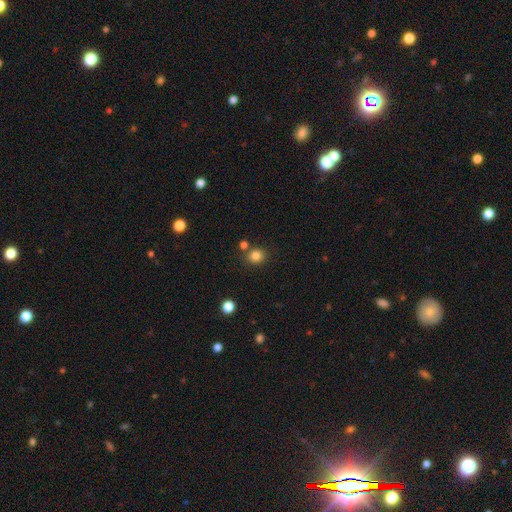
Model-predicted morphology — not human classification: A smooth galaxy with no disk features (82%) that is round (79%). Merging: none (77%).